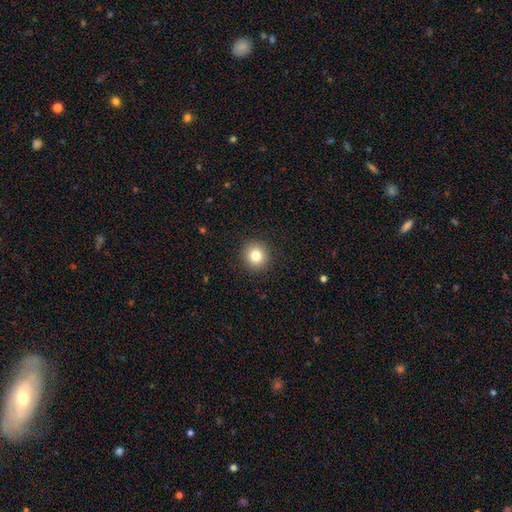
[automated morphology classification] type=smooth (82%); roundness=round (91%); merging=none (92%).